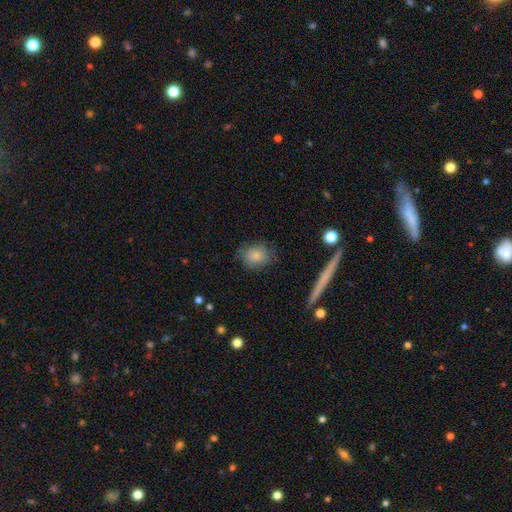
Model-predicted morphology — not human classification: Q: Smooth or featured?
A: smooth (82%); runner-up: featured or disk (10%)
Q: How rounded?
A: round (69%); runner-up: in between (29%)
Q: Merging?
A: none (77%); runner-up: minor disturbance (16%)